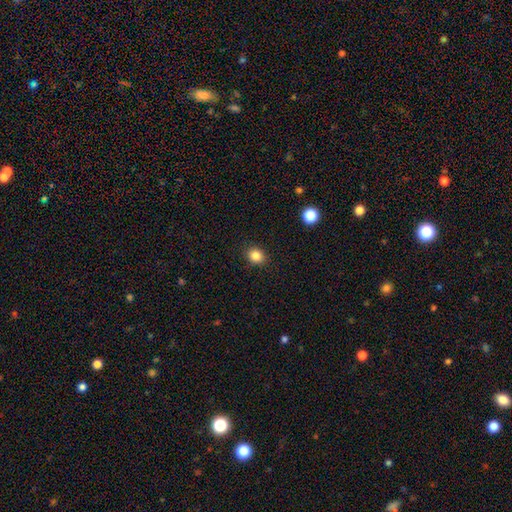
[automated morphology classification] Smooth or featured? Predicted: smooth (p=0.84). How rounded? Predicted: round (p=0.63). Merging? Predicted: none (p=0.90).